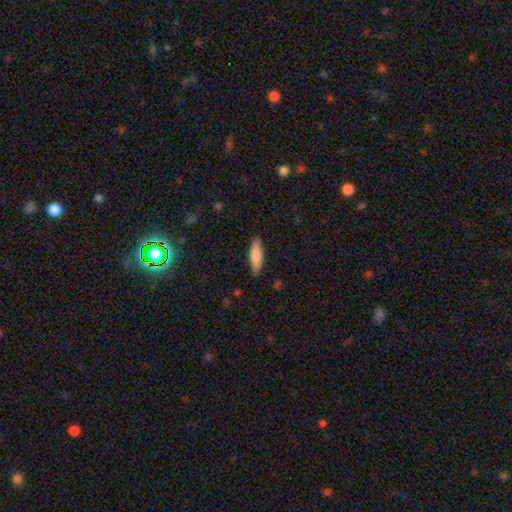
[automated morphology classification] A smooth galaxy with no disk features (82%) that is cigar-shaped (59%). Merging: none (88%).